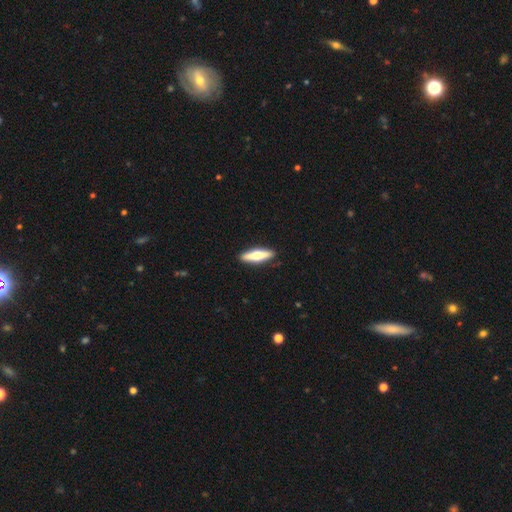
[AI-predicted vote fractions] smooth_or_featured: smooth (p=0.53) [alt: featured or disk p=0.42]
how_rounded: cigar-shaped (p=0.68) [alt: in between p=0.30]
merging: none (p=0.90) [alt: minor disturbance p=0.07]